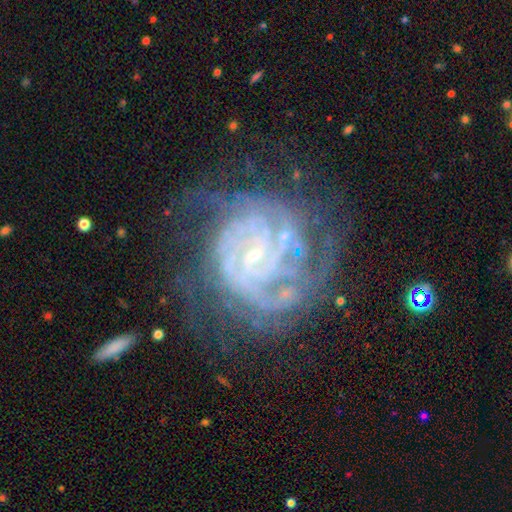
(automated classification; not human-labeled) Q: Smooth or featured?
A: featured or disk (87%); runner-up: star or artifact (7%)
Q: Edge-on disk?
A: no (98%); runner-up: yes (2%)
Q: Bar?
A: no (54%); runner-up: weak (35%)
Q: Spiral arms?
A: yes (96%); runner-up: no (4%)
Q: Spiral winding?
A: tight (72%); runner-up: medium (24%)
Q: Spiral arm count?
A: can't tell (28%); runner-up: 4 (22%)
Q: Bulge size?
A: small (85%); runner-up: moderate (9%)
Q: Merging?
A: none (58%); runner-up: minor disturbance (21%)